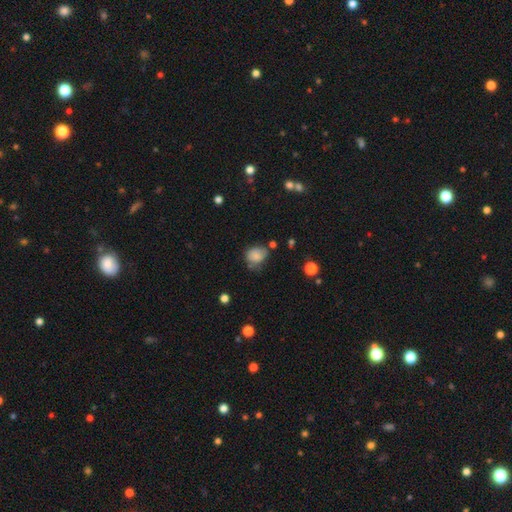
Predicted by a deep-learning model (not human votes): smooth 79%, featured or disk 11%, star or artifact 10%. Down the decision tree: how rounded — round (57%); merging — none (51%).